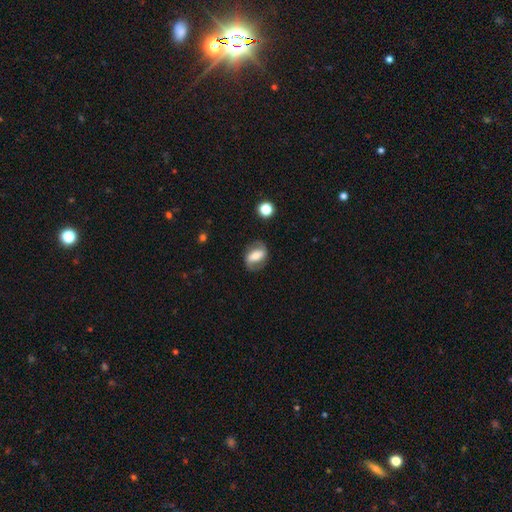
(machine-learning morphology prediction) Smooth or featured: featured or disk — 55% (smooth — 37%)
Edge-on disk: no — 93% (yes — 7%)
Bar: strong — 47% (weak — 31%)
Spiral arms: yes — 80% (no — 20%)
Bulge size: moderate — 43% (large — 23%)
Merging: none — 76% (minor disturbance — 16%)